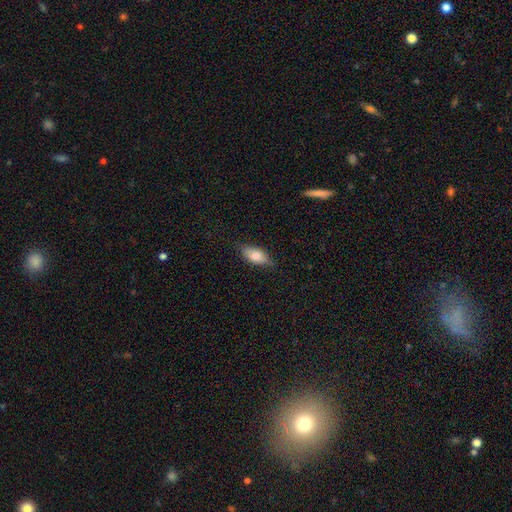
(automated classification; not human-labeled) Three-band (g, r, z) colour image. It shows a smooth galaxy with no disk features (73%) that is in between round and cigar-shaped (84%). Merging: none (76%).